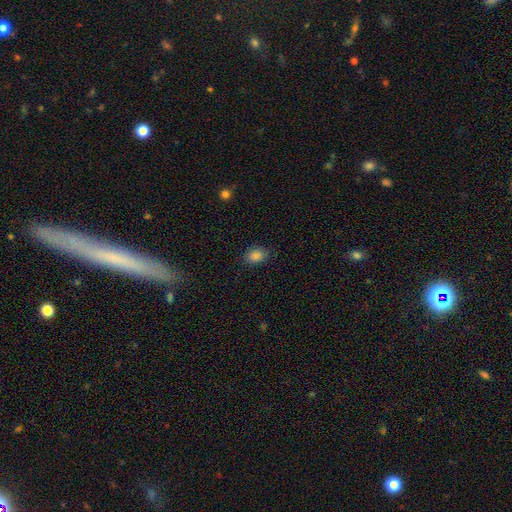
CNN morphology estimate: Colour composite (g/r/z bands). It shows a smooth galaxy with no disk features (86%) that is in between round and cigar-shaped (74%). Merging: none (85%).